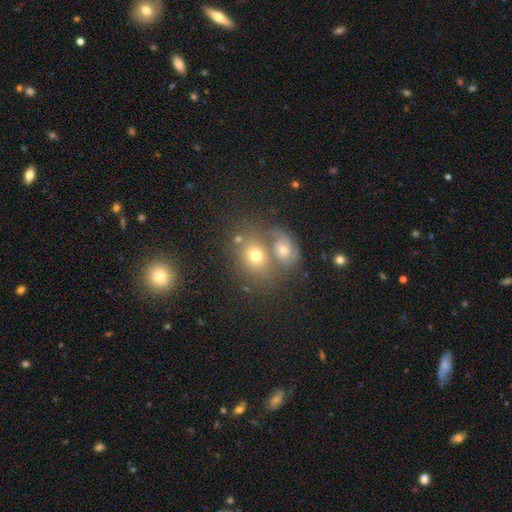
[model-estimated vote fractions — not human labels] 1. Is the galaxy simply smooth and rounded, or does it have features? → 57% smooth, 30% featured or disk, 14% star or artifact.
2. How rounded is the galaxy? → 54% round, 45% in between, 1% cigar-shaped.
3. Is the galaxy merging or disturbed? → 43% merger, 41% none, 10% minor disturbance, 6% major disturbance.